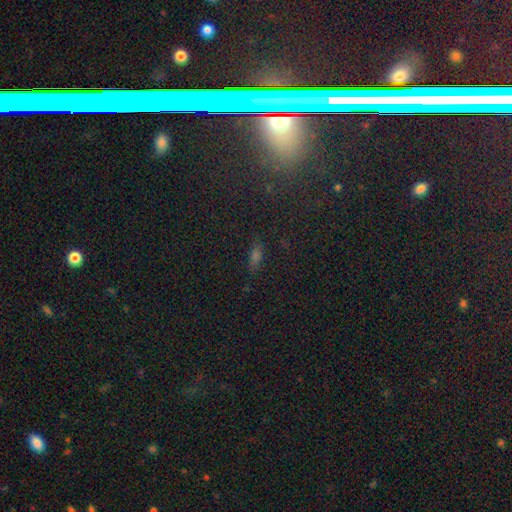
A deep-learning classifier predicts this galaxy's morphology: A smooth galaxy with no disk features (53%) that is in between round and cigar-shaped (64%). Merging: none (81%).